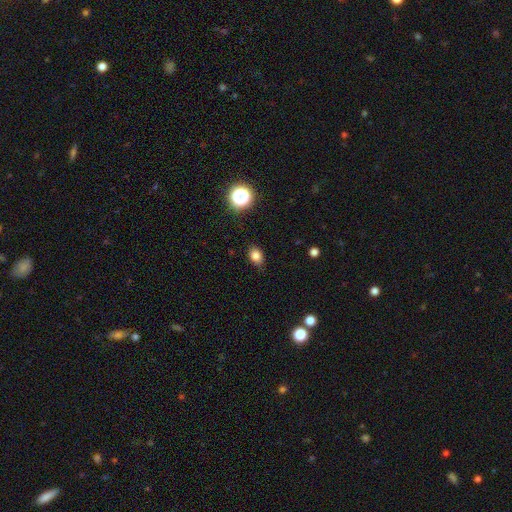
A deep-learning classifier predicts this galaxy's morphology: Overall: smooth (81%). How rounded: in between (62%; round 37%). Merging: none (79%).